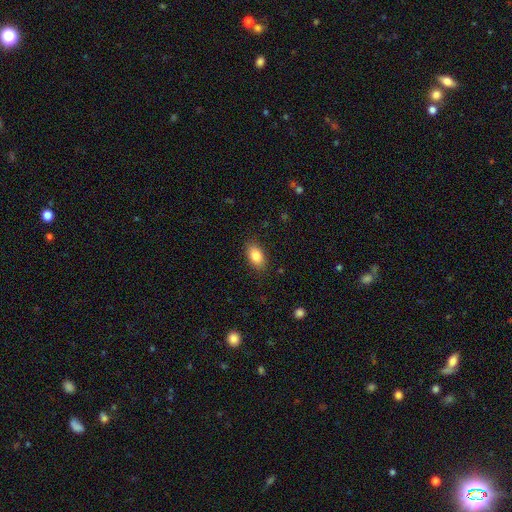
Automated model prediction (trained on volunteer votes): This is clearly a smooth galaxy (85%). How rounded: clearly in between (91%). Merging: clearly none (86%).